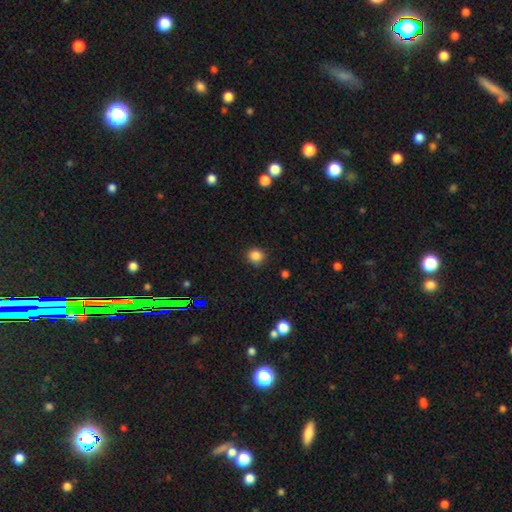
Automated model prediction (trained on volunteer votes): Smooth or featured? smooth (85%)
How rounded? round (86%)
Merging? none (87%)